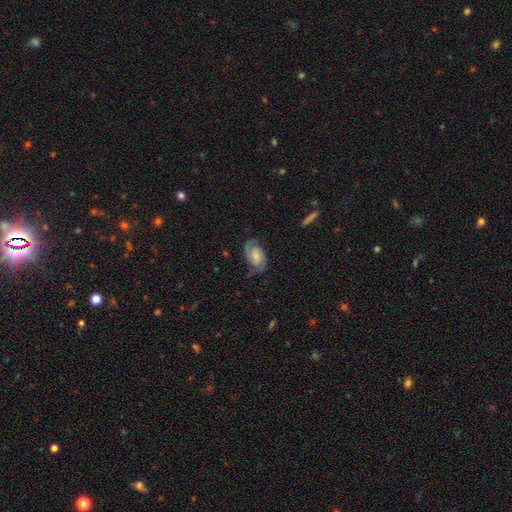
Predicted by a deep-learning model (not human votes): smooth-or-featured: featured or disk: 83% | smooth: 11% | star or artifact: 6%
  disk-edge-on: no: 97% | yes: 3%
    bar: no: 55% | weak: 37% | strong: 8%
    has-spiral-arms: yes: 97% | no: 3%
      spiral-winding: medium: 49% | tight: 36% | loose: 15%
      spiral-arm-count: 2: 91% | can't tell: 4% | 1: 2% | 3: 1% | 4: 1% | more than 4: 1%
    bulge-size: small: 41% | moderate: 31% | none: 20% | large: 6% | dominant: 2%
  merging: none: 76% | minor disturbance: 16% | major disturbance: 7% | merger: 1%